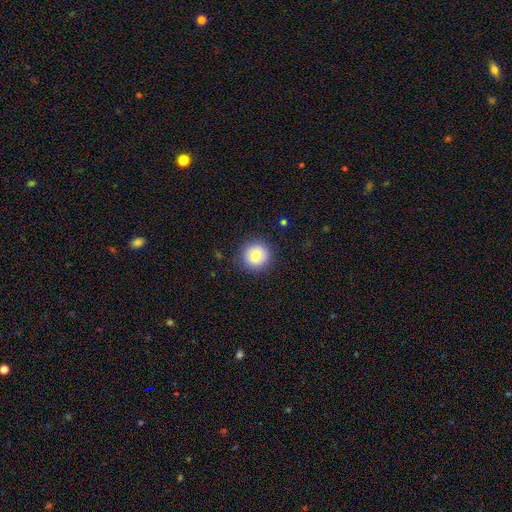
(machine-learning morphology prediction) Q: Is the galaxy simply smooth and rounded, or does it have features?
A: smooth — 79%.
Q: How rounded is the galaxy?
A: round — 93%.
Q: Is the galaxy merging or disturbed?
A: none — 89%.